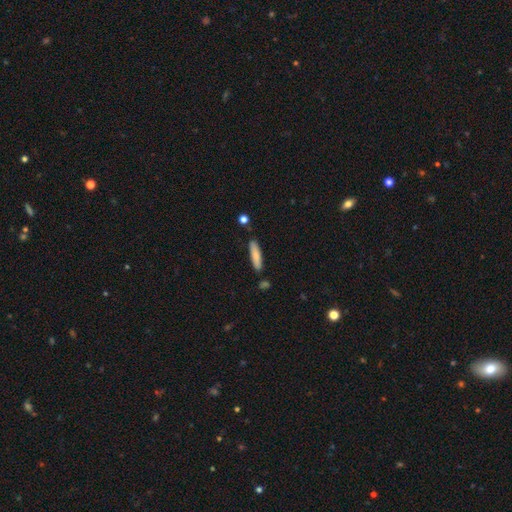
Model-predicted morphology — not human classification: Q: Smooth or featured?
A: smooth (82%); runner-up: featured or disk (12%)
Q: How rounded?
A: cigar-shaped (82%); runner-up: in between (16%)
Q: Merging?
A: none (84%); runner-up: minor disturbance (10%)